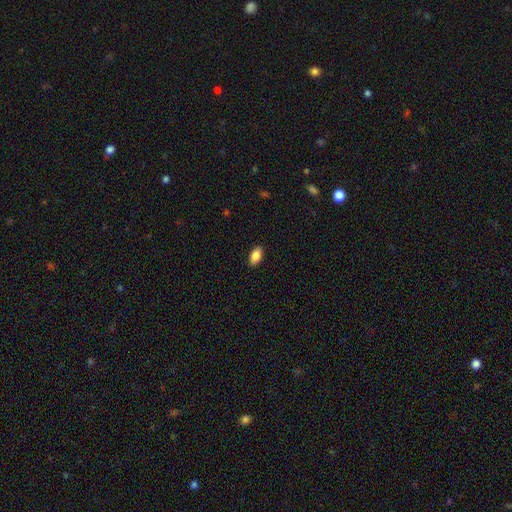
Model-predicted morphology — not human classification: smooth-or-featured: smooth: 86% | star or artifact: 7% | featured or disk: 6%
  how-rounded: in between: 91% | cigar-shaped: 4% | round: 4%
  merging: none: 88% | minor disturbance: 9% | major disturbance: 2% | merger: 1%